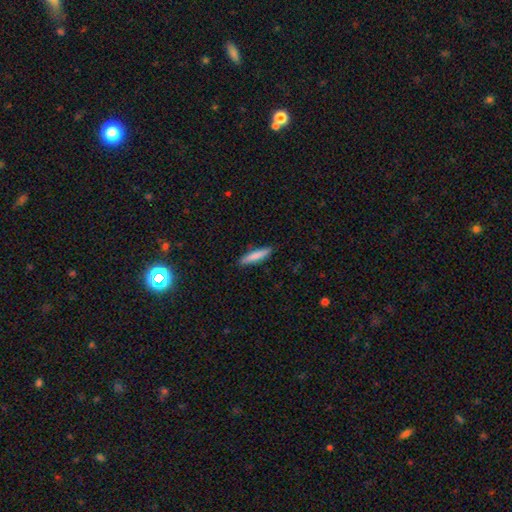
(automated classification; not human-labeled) smooth-or-featured: smooth: 82% | featured or disk: 13% | star or artifact: 6%
  how-rounded: cigar-shaped: 87% | in between: 12% | round: 1%
  merging: none: 88% | minor disturbance: 9% | major disturbance: 2% | merger: 1%